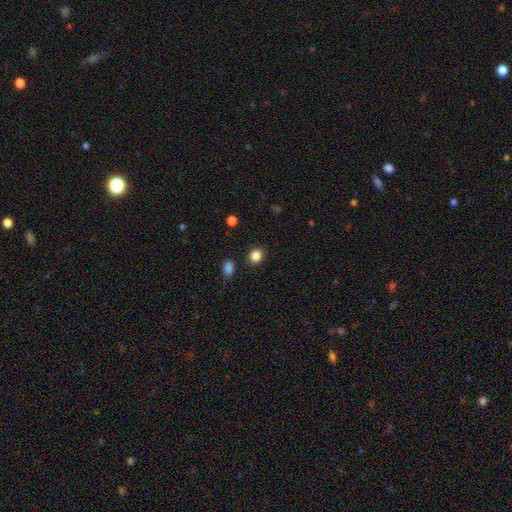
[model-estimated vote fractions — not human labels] Smooth or featured? Predicted: smooth (p=0.85). How rounded? Predicted: round (p=0.71). Merging? Predicted: none (p=0.87).